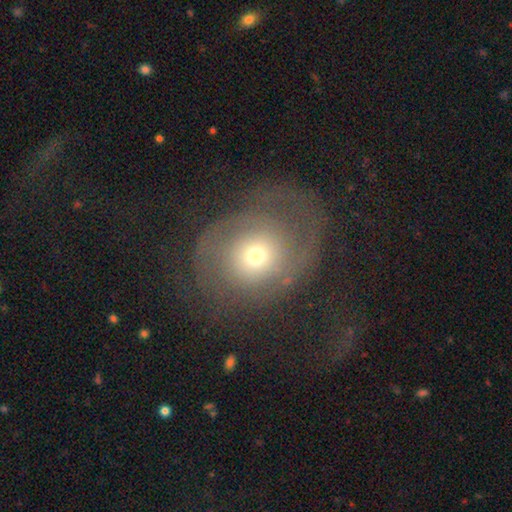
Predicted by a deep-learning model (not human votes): Q: Smooth or featured?
A: featured or disk (46%); runner-up: smooth (41%)
Q: Merging?
A: none (56%); runner-up: major disturbance (26%)